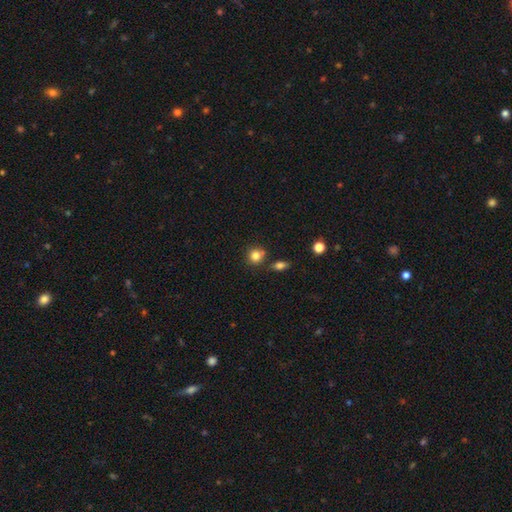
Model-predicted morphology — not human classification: This appears to be a smooth galaxy with no disk features (82%) that is round (84%). Merging: none (66%).